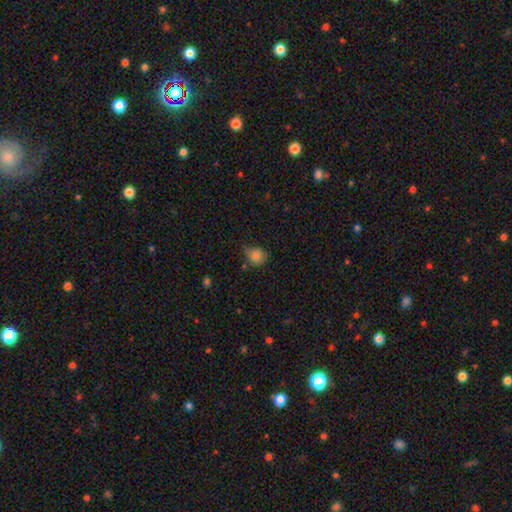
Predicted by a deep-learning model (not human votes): This is clearly a smooth galaxy (83%). How rounded: likely round (75%). Merging: likely none (62%).